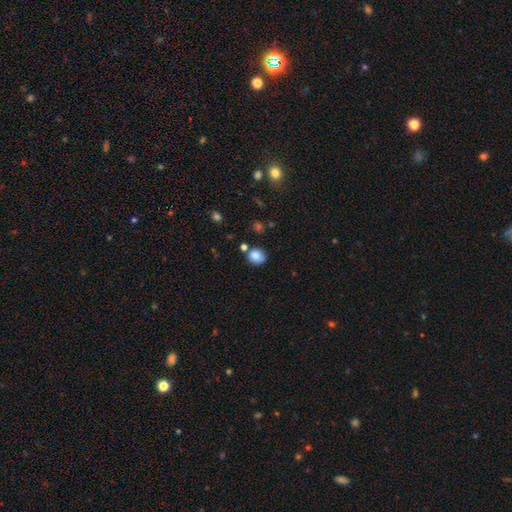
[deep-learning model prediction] smooth 84%, star or artifact 10%, featured or disk 6%. Down the decision tree: how rounded — round (77%); merging — none (74%).